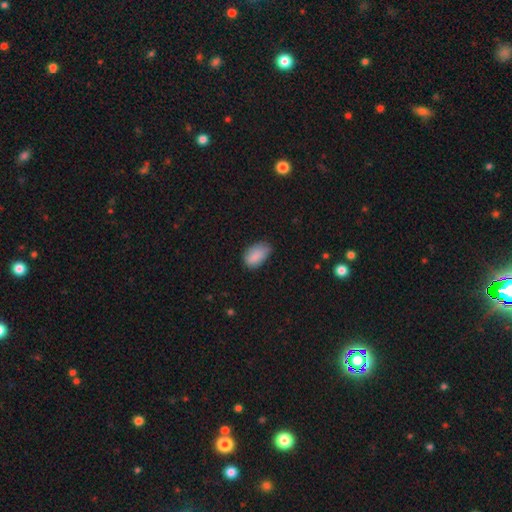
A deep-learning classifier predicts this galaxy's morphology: type=smooth (86%); roundness=in between (93%); merging=none (55%).